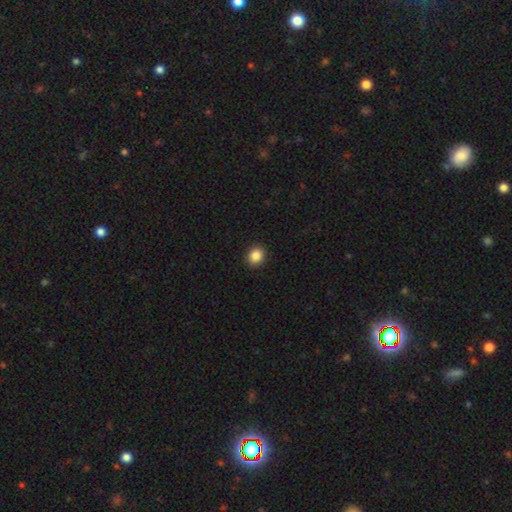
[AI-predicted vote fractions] Smooth or featured: smooth — 87% (star or artifact — 10%)
How rounded: round — 74% (in between — 25%)
Merging: none — 92% (minor disturbance — 6%)